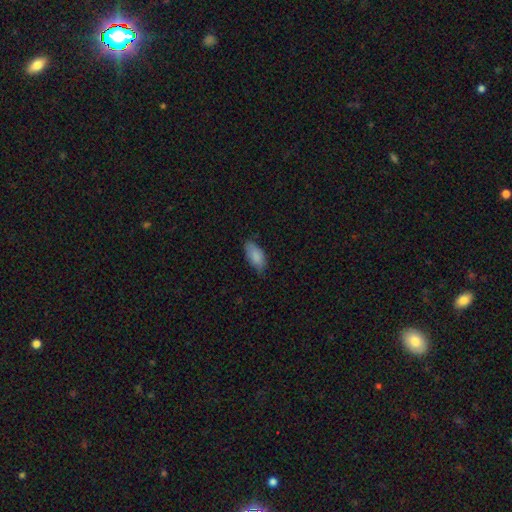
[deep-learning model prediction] smooth 86%, featured or disk 7%, star or artifact 7%. Down the decision tree: how rounded — in between (90%); merging — none (66%).